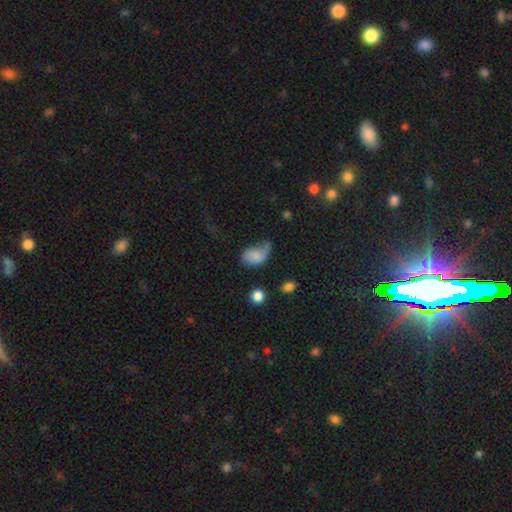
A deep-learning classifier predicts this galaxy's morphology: The model was most divided on "merging": major disturbance: 36%, minor disturbance: 31%, none: 26%, merger: 7%. More confident: how rounded — in between (82%); smooth or featured — smooth (71%).